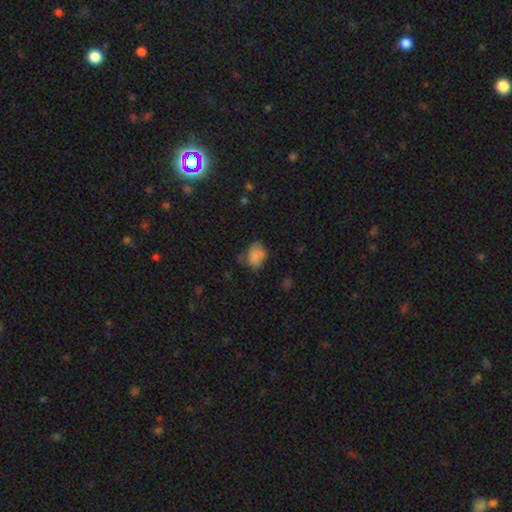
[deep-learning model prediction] smooth-or-featured: smooth: 79% | featured or disk: 11% | star or artifact: 10%
  how-rounded: in between: 63% | round: 36% | cigar-shaped: 1%
  merging: none: 52% | minor disturbance: 31% | major disturbance: 11% | merger: 5%